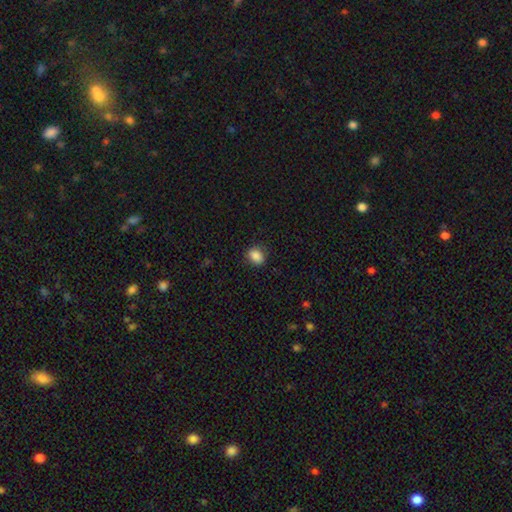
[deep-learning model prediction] smooth 87%, star or artifact 9%, featured or disk 4%. Down the decision tree: how rounded — in between (55%); merging — none (84%).